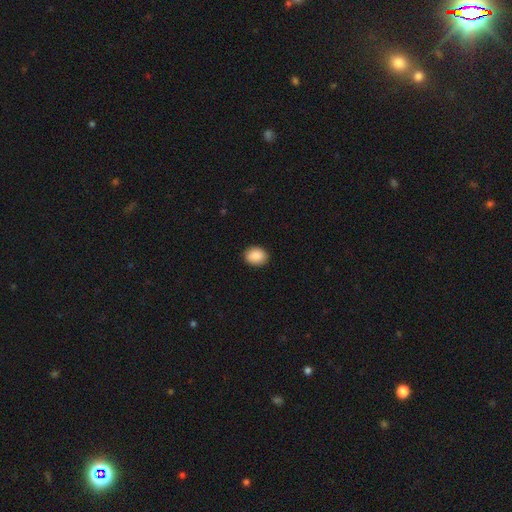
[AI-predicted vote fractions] smooth_or_featured: smooth (p=0.90) [alt: star or artifact p=0.07]
how_rounded: in between (p=0.54) [alt: round p=0.45]
merging: none (p=0.90) [alt: minor disturbance p=0.07]